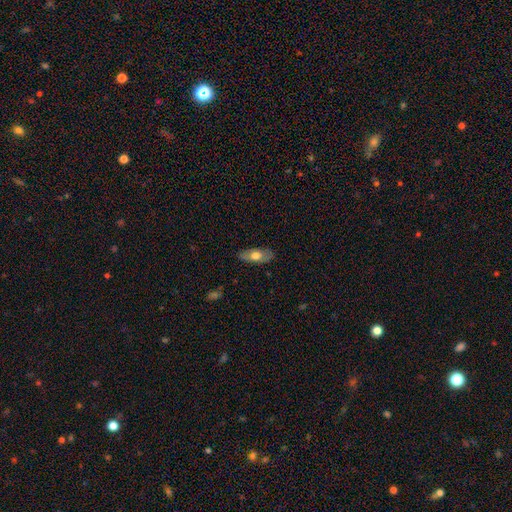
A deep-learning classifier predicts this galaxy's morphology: Smooth or featured?
  - smooth: 63% *
  - featured or disk: 31%
  - star or artifact: 6%
How rounded?
  - in between: 81% *
  - cigar-shaped: 16%
  - round: 3%
Merging?
  - none: 83% *
  - minor disturbance: 14%
  - major disturbance: 3%
  - merger: 1%